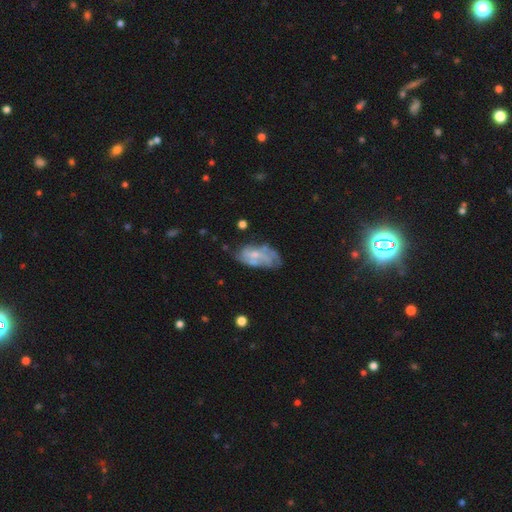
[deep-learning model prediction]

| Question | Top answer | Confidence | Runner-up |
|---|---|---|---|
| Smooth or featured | featured or disk | 69% | smooth (23%) |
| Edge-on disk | no | 94% | yes (6%) |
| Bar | no | 61% | weak (33%) |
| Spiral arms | yes | 78% | no (22%) |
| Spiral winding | tight | 42% | medium (40%) |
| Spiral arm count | can't tell | 41% | 2 (26%) |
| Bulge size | small | 52% | moderate (31%) |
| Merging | none | 52% | minor disturbance (26%) |